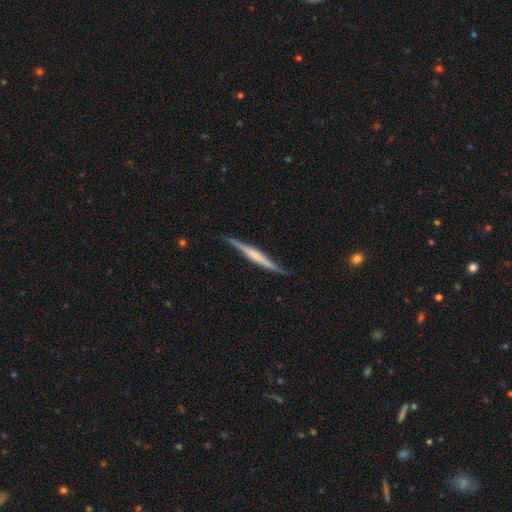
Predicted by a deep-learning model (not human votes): Overall: featured or disk (65%; smooth 29%). Edge-on disk: yes (97%). Edge-on bulge: none (41%; rounded 34%). Merging: none (85%).